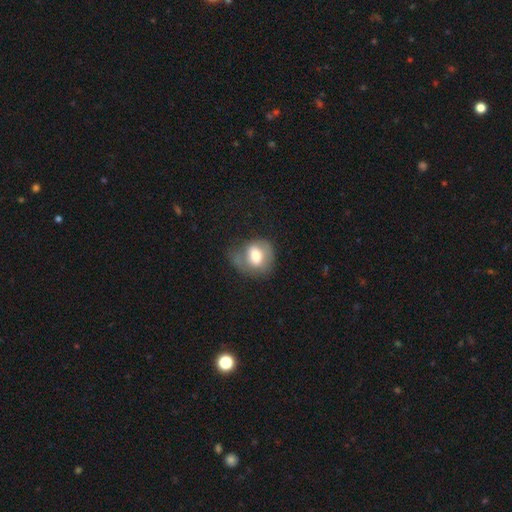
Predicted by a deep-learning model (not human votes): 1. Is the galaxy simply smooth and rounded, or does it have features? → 65% smooth, 27% featured or disk, 8% star or artifact.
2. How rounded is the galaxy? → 50% in between, 49% round, 1% cigar-shaped.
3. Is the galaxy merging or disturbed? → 35% none, 32% minor disturbance, 29% major disturbance, 5% merger.